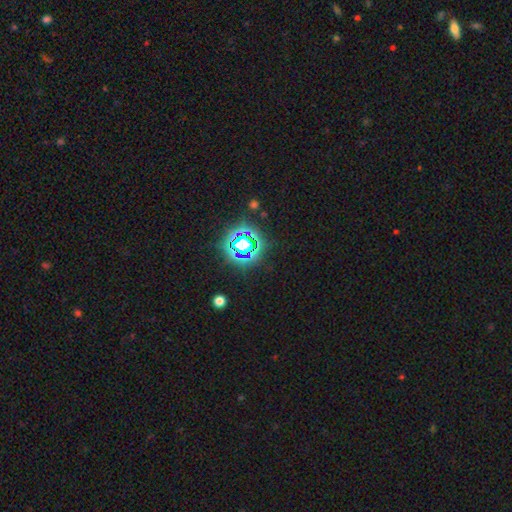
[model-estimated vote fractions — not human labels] Morphology: type=star or artifact (78%).